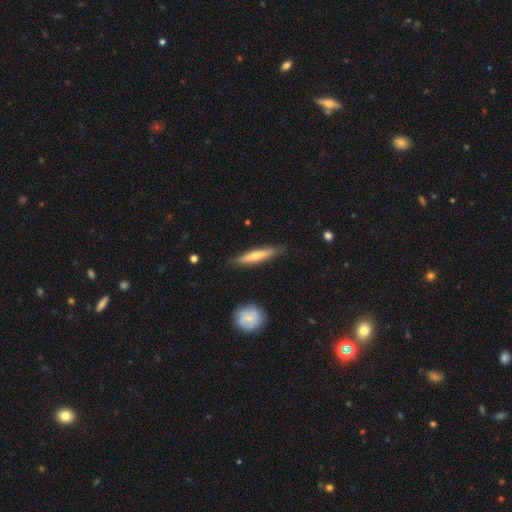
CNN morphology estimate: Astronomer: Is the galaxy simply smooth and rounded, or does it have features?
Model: smooth — 58% (runner-up: featured or disk, 36%).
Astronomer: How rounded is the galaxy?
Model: cigar-shaped — 89%.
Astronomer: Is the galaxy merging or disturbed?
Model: none — 85%.